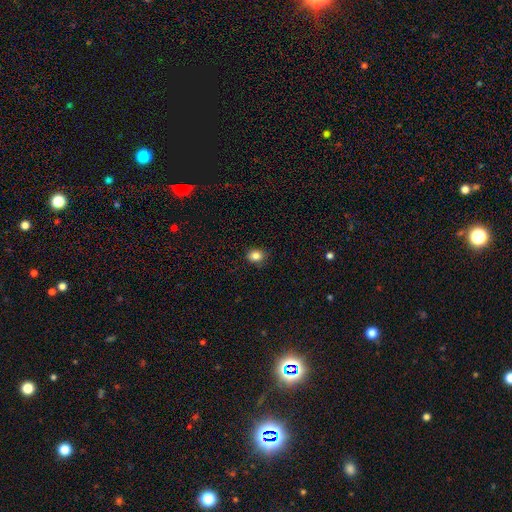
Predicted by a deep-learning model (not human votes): Morphology: type=smooth (84%); roundness=round (61%); merging=none (86%).